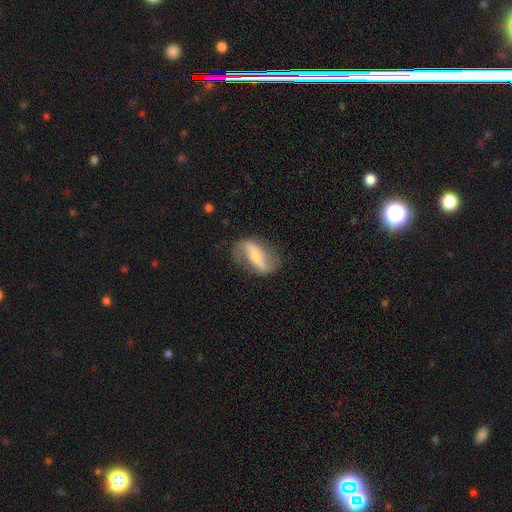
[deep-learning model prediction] Smooth or featured? Predicted: featured or disk (p=0.76). Edge-on disk? Predicted: no (p=0.91). Bar? Predicted: strong (p=0.56). Spiral arms? Predicted: yes (p=0.84). Spiral winding? Predicted: loose (p=0.60). Spiral arm count? Predicted: 2 (p=0.88). Bulge size? Predicted: small (p=0.51). Merging? Predicted: none (p=0.75).